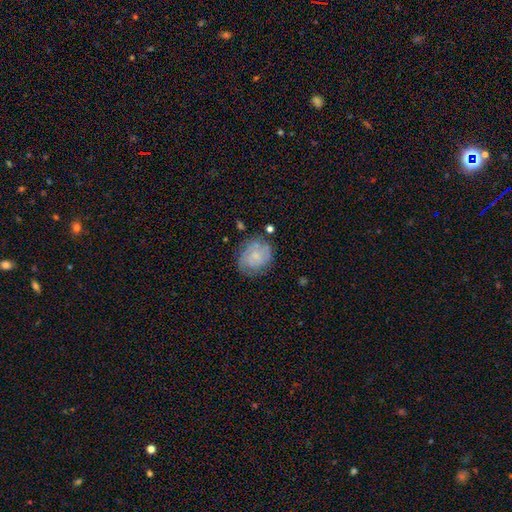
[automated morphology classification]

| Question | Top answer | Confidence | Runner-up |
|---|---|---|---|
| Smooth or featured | featured or disk | 64% | smooth (28%) |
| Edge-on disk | no | 98% | yes (2%) |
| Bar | no | 72% | weak (25%) |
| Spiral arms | yes | 85% | no (15%) |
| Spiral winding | tight | 63% | medium (28%) |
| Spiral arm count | can't tell | 39% | 2 (32%) |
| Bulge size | small | 61% | moderate (19%) |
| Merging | none | 68% | minor disturbance (21%) |